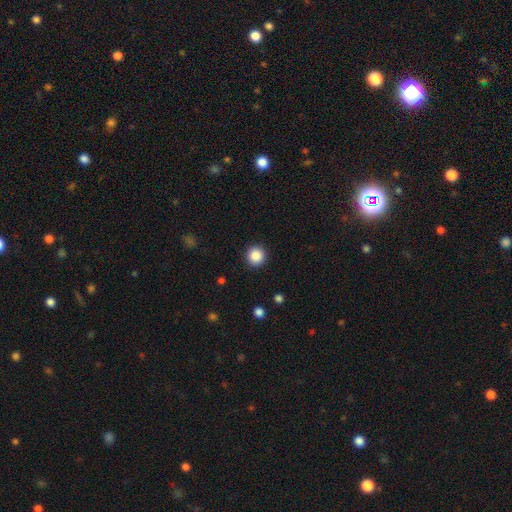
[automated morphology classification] type=smooth (87%); roundness=round (95%); merging=none (92%).